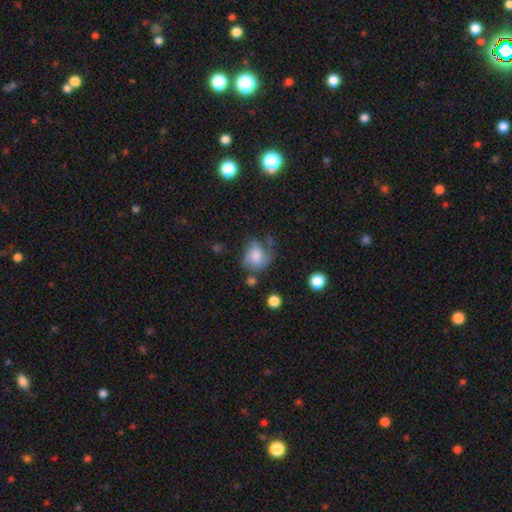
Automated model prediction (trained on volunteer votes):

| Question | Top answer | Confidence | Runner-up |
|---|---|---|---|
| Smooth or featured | smooth | 47% | featured or disk (43%) |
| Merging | none | 36% | major disturbance (31%) |